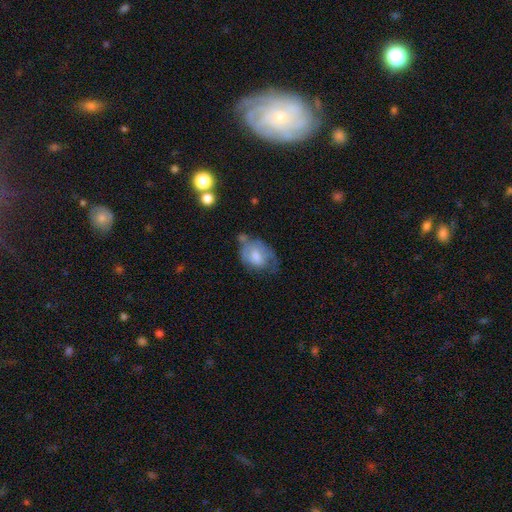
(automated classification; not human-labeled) Smooth or featured? Predicted: smooth (p=0.56). How rounded? Predicted: in between (p=0.75). Merging? Predicted: minor disturbance (p=0.33, tied with none).